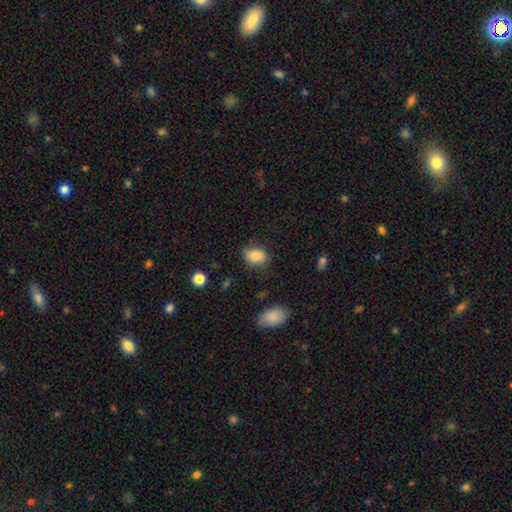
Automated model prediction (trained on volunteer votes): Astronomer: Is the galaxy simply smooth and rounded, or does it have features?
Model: smooth — 85%.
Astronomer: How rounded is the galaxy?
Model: in between — 76%.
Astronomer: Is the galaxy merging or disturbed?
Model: none — 73%.